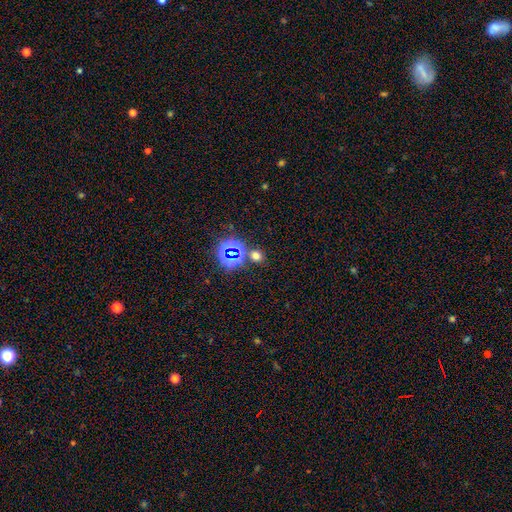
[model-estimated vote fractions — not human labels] smooth 58%, star or artifact 36%, featured or disk 6%. Down the decision tree: how rounded — round (76%); merging — none (79%).